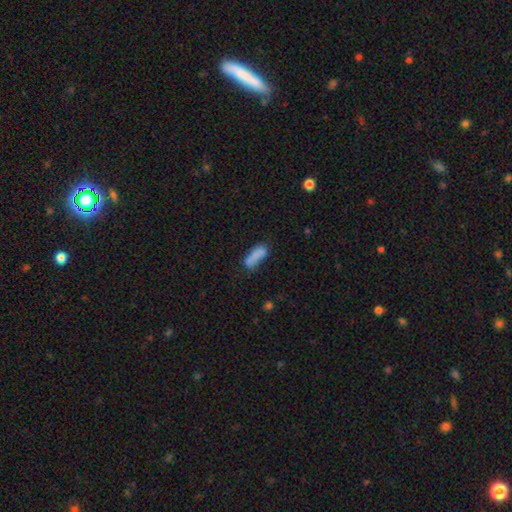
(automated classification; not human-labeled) A smooth galaxy with no disk features (76%) that is in between round and cigar-shaped (70%).

Vote fractions:
- Smooth or featured? smooth: 76% / featured or disk: 14% / star or artifact: 10%
- How rounded? in between: 70% / cigar-shaped: 27% / round: 3%
- Merging? none: 41% / minor disturbance: 24% / merger: 22% / major disturbance: 13%